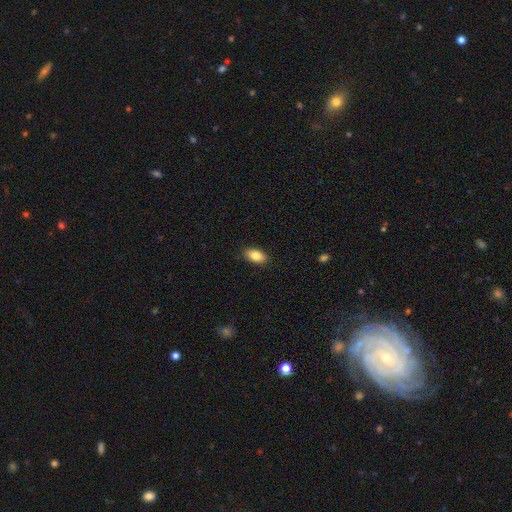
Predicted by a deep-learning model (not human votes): The model was most divided on "smooth or featured": smooth: 85%, featured or disk: 8%, star or artifact: 7%. More confident: how rounded — in between (92%); merging — none (88%).